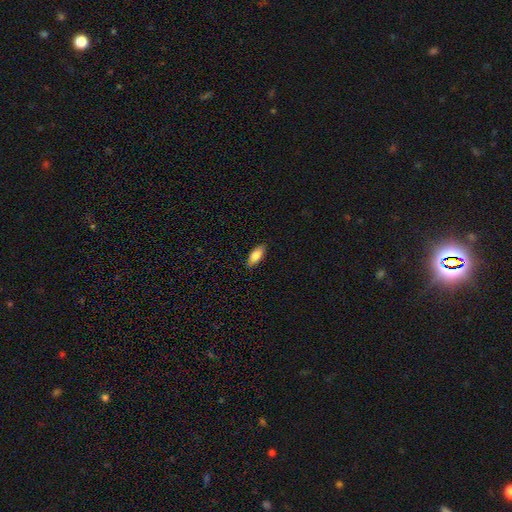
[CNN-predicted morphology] Overall: smooth (81%). How rounded: in between (81%). Merging: none (87%).